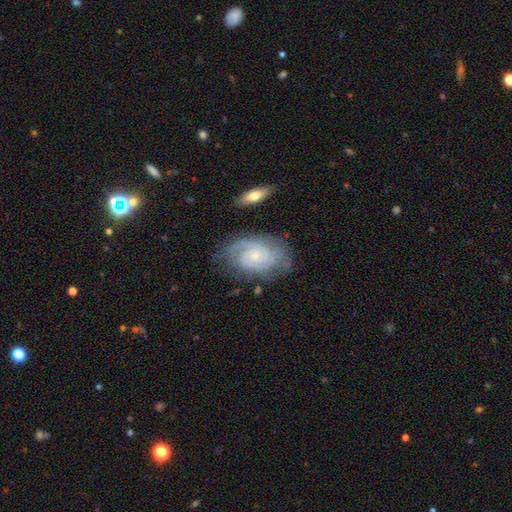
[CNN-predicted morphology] Overall: featured or disk (83%). Edge-on disk: no (97%). Bar: no (72%). Spiral arms: yes (96%). Spiral arm count: 2 (45%; can't tell 25%). Spiral winding: tight (61%; medium 31%). Bulge size: small (75%). Merging: none (70%).